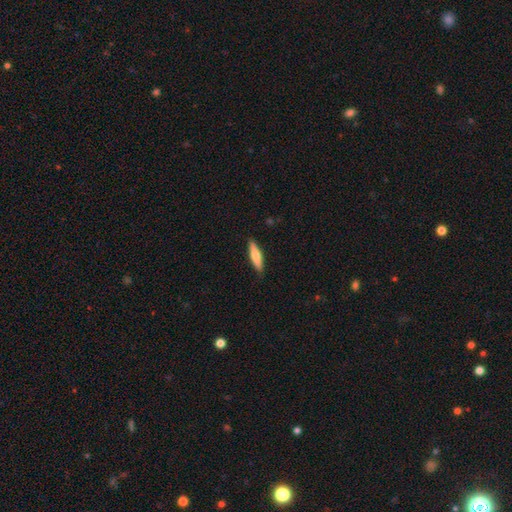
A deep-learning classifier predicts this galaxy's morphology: The model was most divided on "smooth or featured": smooth: 65%, featured or disk: 29%, star or artifact: 5%. More confident: merging — none (88%); how rounded — cigar-shaped (77%).